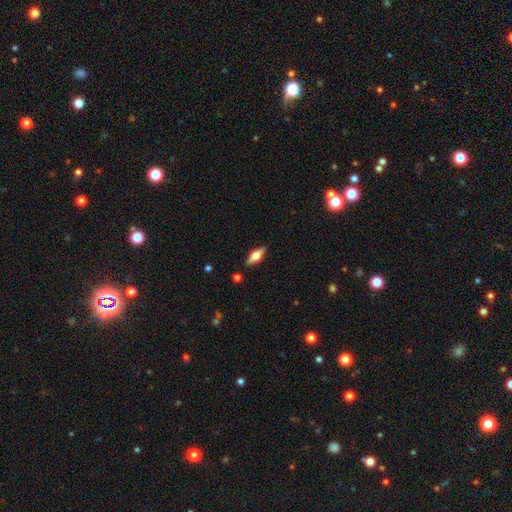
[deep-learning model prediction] A featured or disk galaxy (59%) viewed edge-on (94%) with a rounded central bulge (93%). Merging: none (88%).